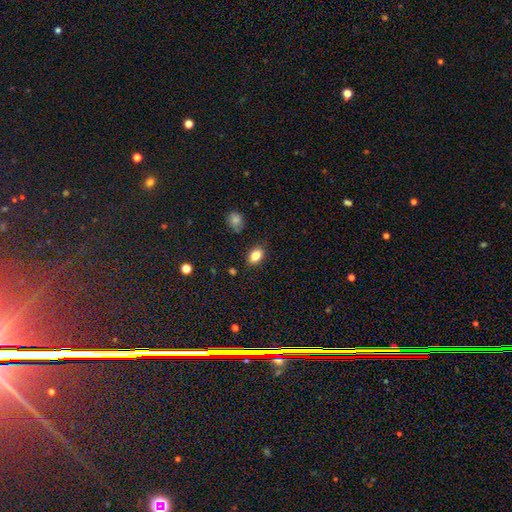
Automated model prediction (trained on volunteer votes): Smooth or featured?
  - smooth: 84% *
  - star or artifact: 9%
  - featured or disk: 7%
How rounded?
  - in between: 83% *
  - round: 15%
  - cigar-shaped: 2%
Merging?
  - none: 84% *
  - minor disturbance: 12%
  - major disturbance: 3%
  - merger: 2%